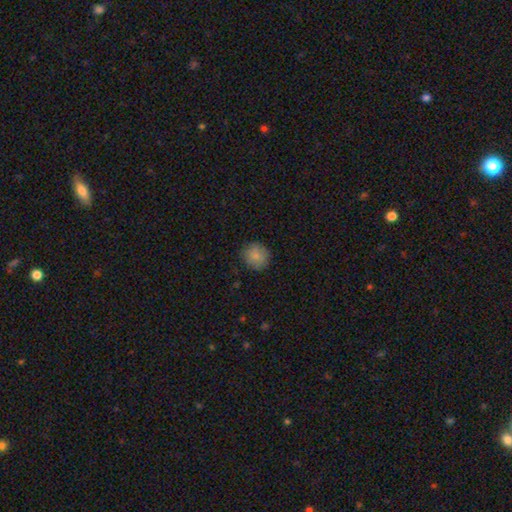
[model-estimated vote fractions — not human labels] Smooth or featured? smooth (85%)
How rounded? round (88%)
Merging? none (86%)